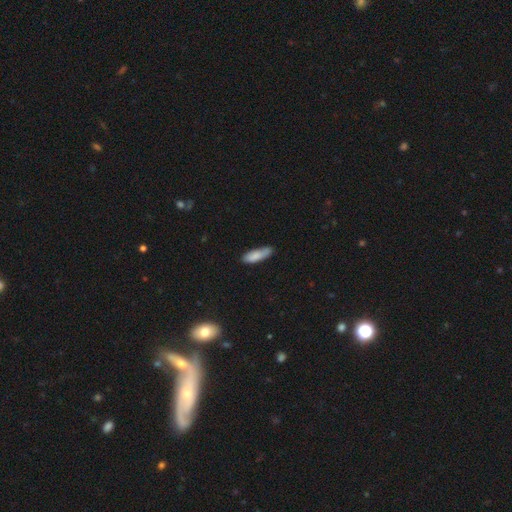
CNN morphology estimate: Smooth or featured: smooth — 82% (featured or disk — 11%)
How rounded: in between — 50% (cigar-shaped — 48%)
Merging: none — 67% (minor disturbance — 26%)